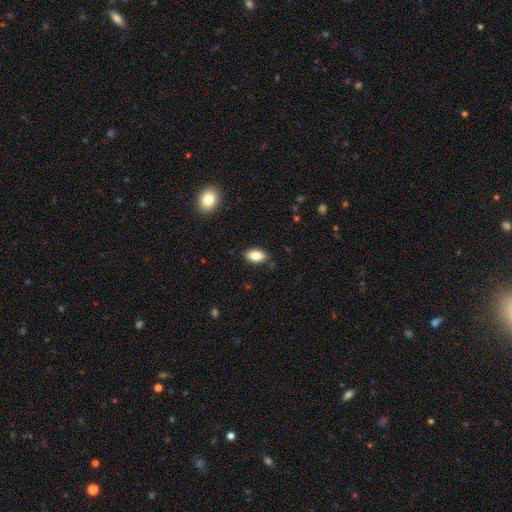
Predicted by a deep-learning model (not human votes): Smooth or featured: smooth — 84% (featured or disk — 9%)
How rounded: in between — 91% (round — 5%)
Merging: none — 86% (minor disturbance — 10%)